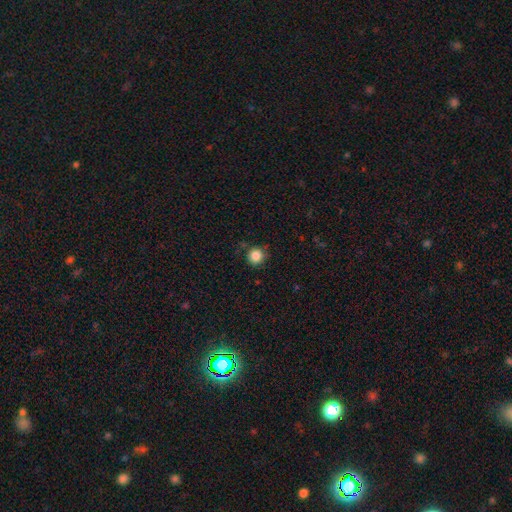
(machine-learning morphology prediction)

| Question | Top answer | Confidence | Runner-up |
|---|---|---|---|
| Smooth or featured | smooth | 86% | star or artifact (10%) |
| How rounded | round | 92% | in between (8%) |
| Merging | none | 83% | minor disturbance (12%) |